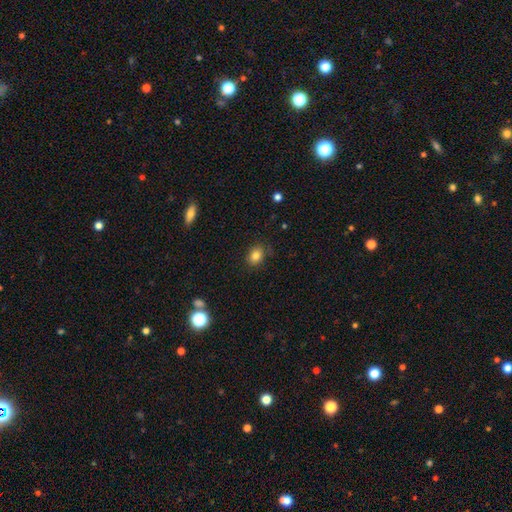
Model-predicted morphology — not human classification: A smooth galaxy with no disk features (83%) that is in between round and cigar-shaped (62%). Merging: none (82%).